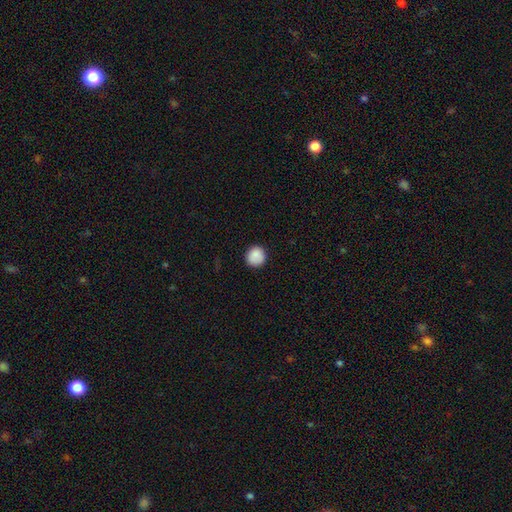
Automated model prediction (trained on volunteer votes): Smooth or featured: smooth — 87% (star or artifact — 8%)
How rounded: round — 92% (in between — 7%)
Merging: none — 87% (minor disturbance — 10%)